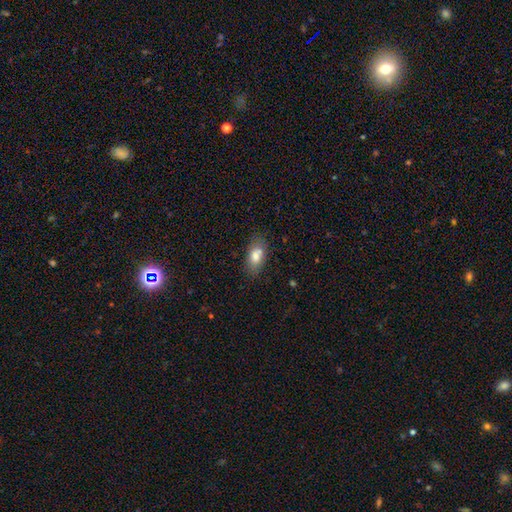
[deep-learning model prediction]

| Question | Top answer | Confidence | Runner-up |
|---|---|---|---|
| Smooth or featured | smooth | 76% | featured or disk (15%) |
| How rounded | in between | 87% | round (8%) |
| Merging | none | 67% | minor disturbance (17%) |